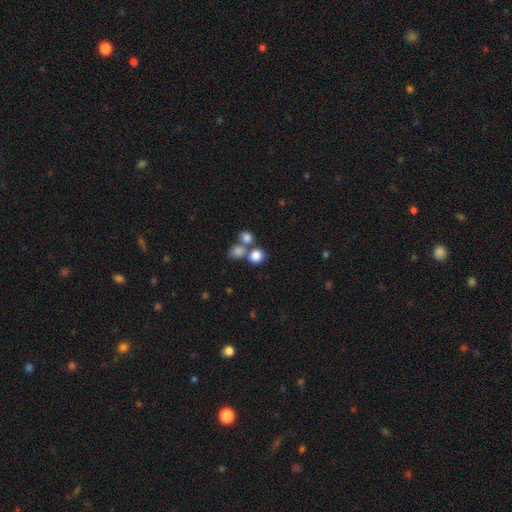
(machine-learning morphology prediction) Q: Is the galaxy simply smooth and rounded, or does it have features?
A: smooth — 80%.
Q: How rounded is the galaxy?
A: round — 75%.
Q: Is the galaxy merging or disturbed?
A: none — 46%.